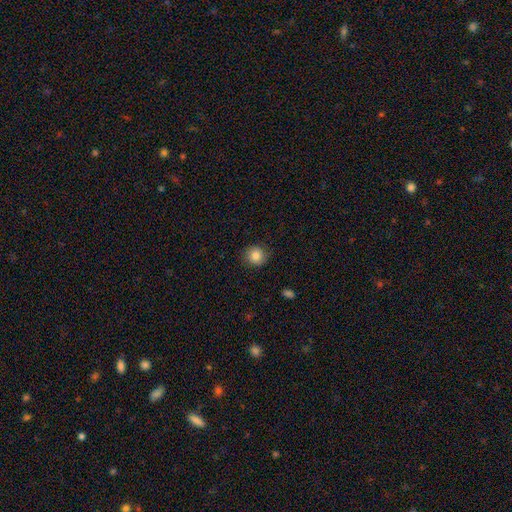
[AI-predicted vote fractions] A smooth galaxy with no disk features (83%) that is round (88%). Merging: none (85%).